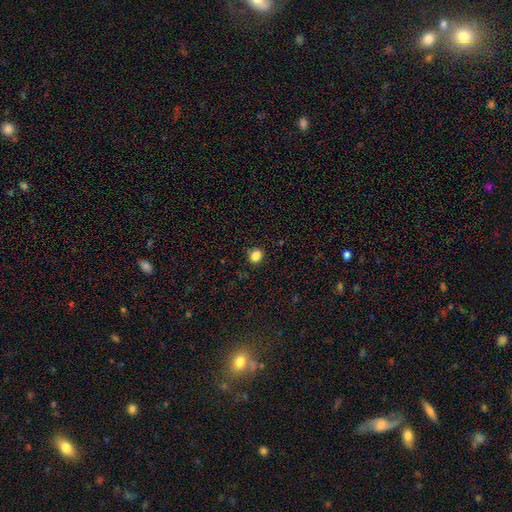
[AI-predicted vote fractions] smooth 85%, star or artifact 11%, featured or disk 4%. Down the decision tree: how rounded — round (72%); merging — none (90%).